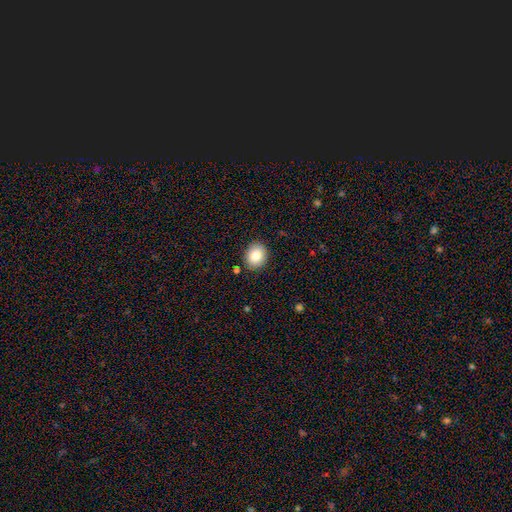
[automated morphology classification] The model was most divided on "how rounded": round: 60%, in between: 39%, cigar-shaped: 1%. More confident: merging — none (88%); smooth or featured — smooth (85%).